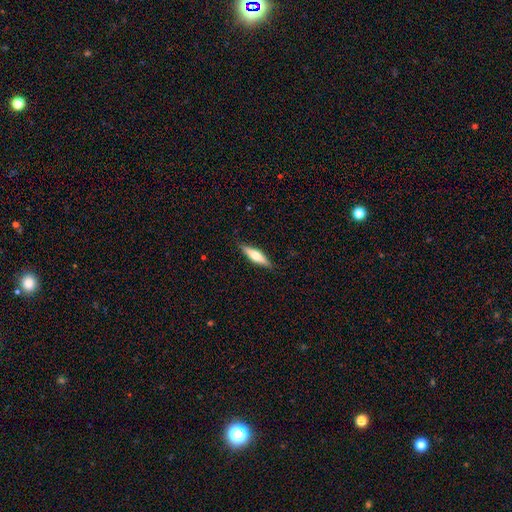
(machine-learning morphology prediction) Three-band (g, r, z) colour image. It shows a smooth galaxy with no disk features (48%). Merging: none (88%).